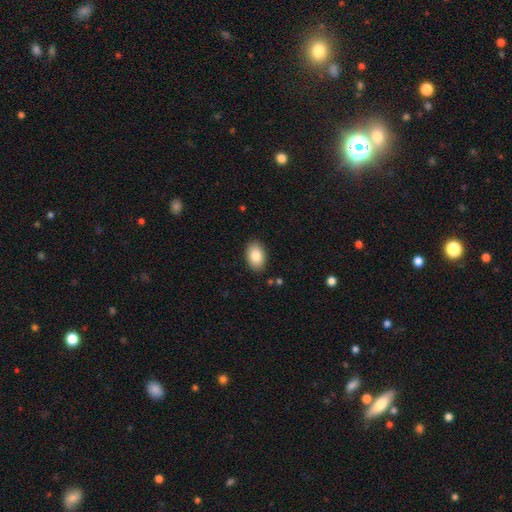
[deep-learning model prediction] Overall: smooth (84%). How rounded: in between (89%). Merging: none (88%).